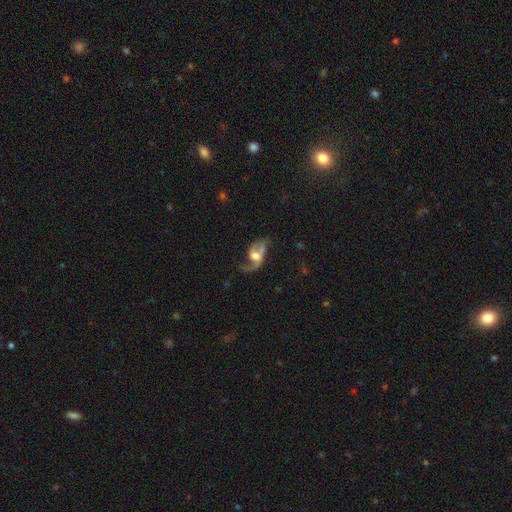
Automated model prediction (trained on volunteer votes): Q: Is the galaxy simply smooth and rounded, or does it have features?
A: featured or disk — 77%.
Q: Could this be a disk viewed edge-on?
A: no — 95%.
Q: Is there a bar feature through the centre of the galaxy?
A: no — 52%.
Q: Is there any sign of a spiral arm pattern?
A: yes — 89%.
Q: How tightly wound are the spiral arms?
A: loose — 73%.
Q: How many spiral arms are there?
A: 2 — 80%.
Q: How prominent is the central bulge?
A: moderate — 54%.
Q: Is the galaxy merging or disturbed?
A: none — 46%.